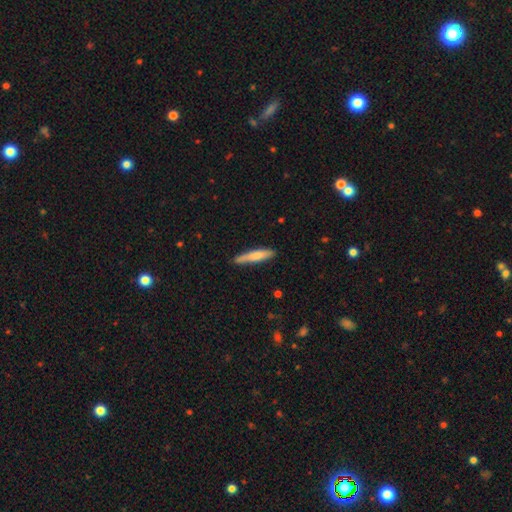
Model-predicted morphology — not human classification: type=smooth (73%); roundness=cigar-shaped (89%); merging=none (80%).